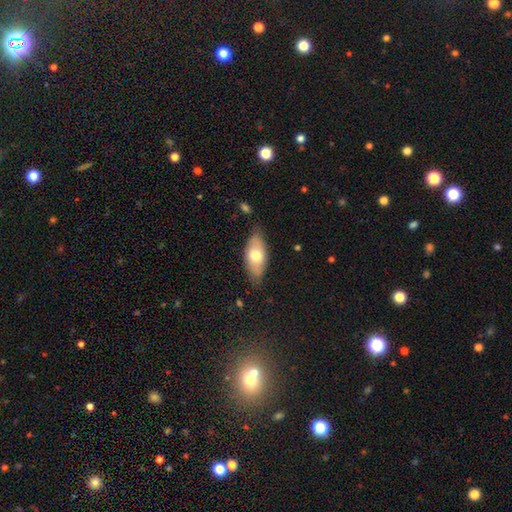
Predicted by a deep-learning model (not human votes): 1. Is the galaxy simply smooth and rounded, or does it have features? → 66% smooth, 28% featured or disk, 6% star or artifact.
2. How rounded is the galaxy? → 88% in between, 9% cigar-shaped, 3% round.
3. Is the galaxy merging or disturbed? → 75% none, 19% minor disturbance, 4% major disturbance, 2% merger.